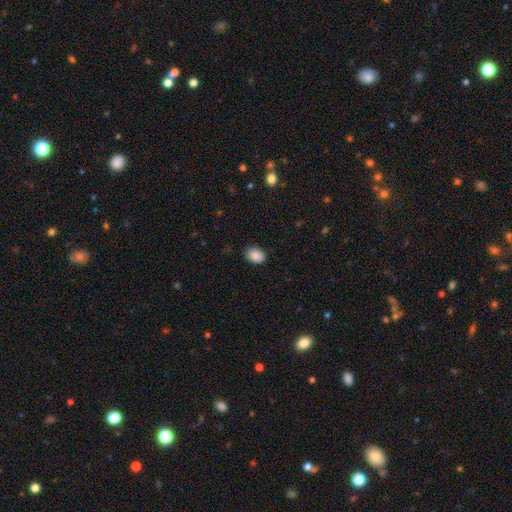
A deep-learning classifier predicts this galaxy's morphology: Smooth or featured? smooth (88%)
How rounded? in between (69%)
Merging? none (86%)